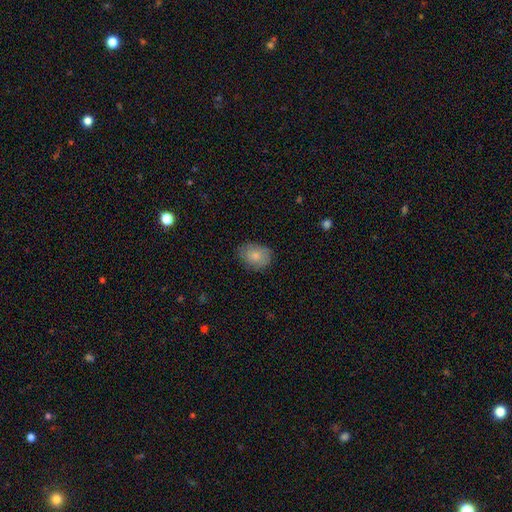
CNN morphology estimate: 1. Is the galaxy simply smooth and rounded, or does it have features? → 79% smooth, 14% featured or disk, 7% star or artifact.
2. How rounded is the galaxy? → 69% in between, 30% round, 1% cigar-shaped.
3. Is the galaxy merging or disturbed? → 76% none, 19% minor disturbance, 4% major disturbance, 1% merger.